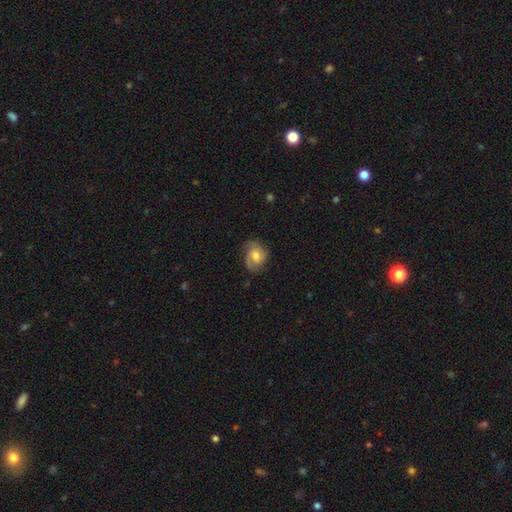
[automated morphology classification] smooth_or_featured: featured or disk (p=0.69) [alt: smooth p=0.24]
disk_edge_on: no (p=0.97) [alt: yes p=0.03]
bar: no (p=0.67) [alt: weak p=0.29]
has_spiral_arms: yes (p=0.94) [alt: no p=0.06]
spiral_winding: medium (p=0.45) [alt: tight p=0.38]
spiral_arm_count: 3 (p=0.42) [alt: 2 p=0.32]
bulge_size: moderate (p=0.68) [alt: small p=0.22]
merging: none (p=0.71) [alt: minor disturbance p=0.20]